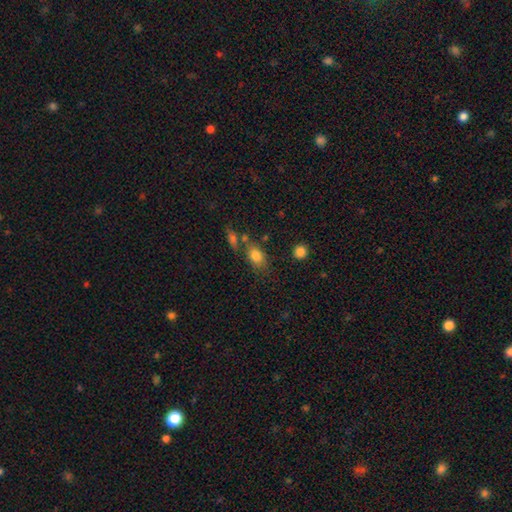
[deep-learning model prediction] Q: Smooth or featured?
A: smooth (80%); runner-up: featured or disk (10%)
Q: How rounded?
A: in between (77%); runner-up: round (20%)
Q: Merging?
A: none (63%); runner-up: merger (16%)